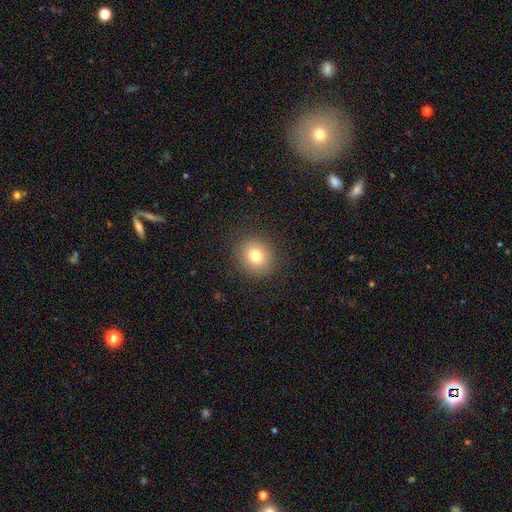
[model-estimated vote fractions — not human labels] Morphology: type=smooth (77%); roundness=round (78%); merging=none (88%).